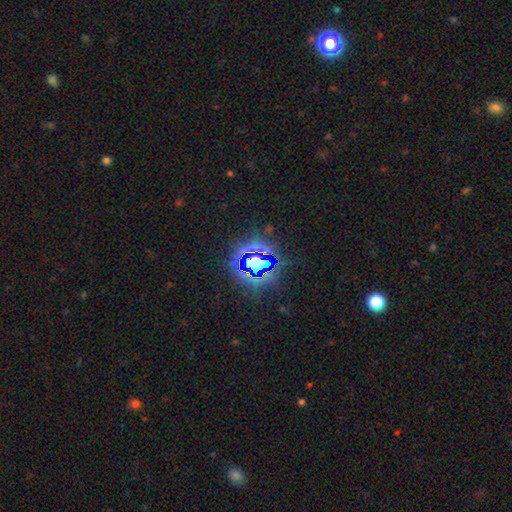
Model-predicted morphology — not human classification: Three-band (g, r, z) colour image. It shows a star or artifact, not a galaxy (77%).